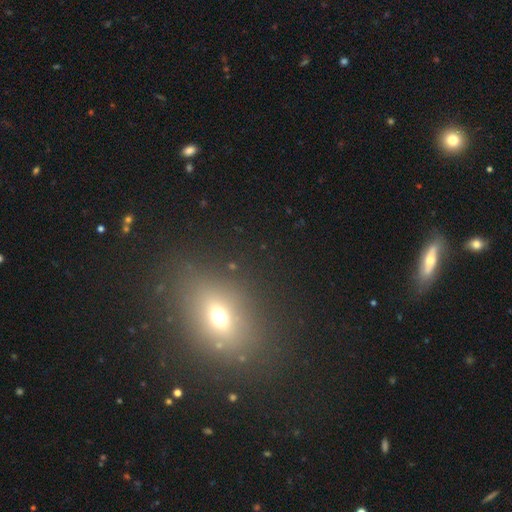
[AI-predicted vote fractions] Overall: smooth (55%; star or artifact 28%). How rounded: in between (65%; round 29%). Merging: none (86%).